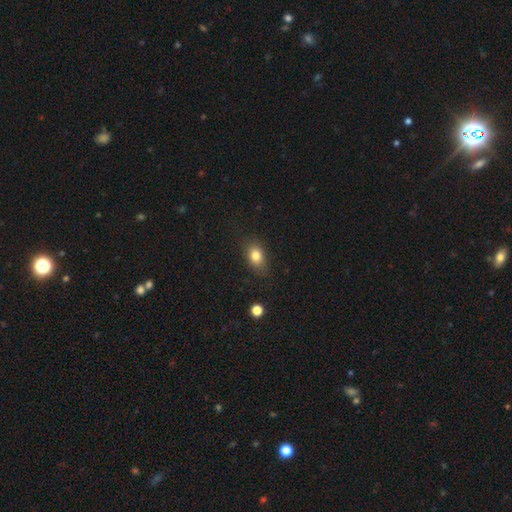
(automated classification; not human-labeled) smooth-or-featured: smooth: 81% | star or artifact: 10% | featured or disk: 9%
  how-rounded: in between: 75% | round: 22% | cigar-shaped: 3%
  merging: none: 79% | minor disturbance: 15% | major disturbance: 4% | merger: 1%